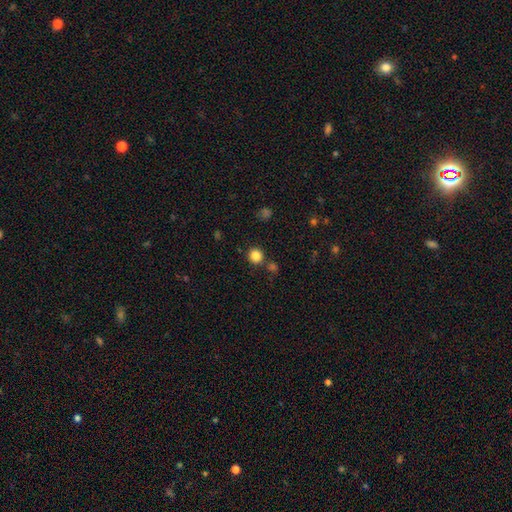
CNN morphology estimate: Smooth or featured? Predicted: smooth (p=0.84). How rounded? Predicted: round (p=0.93). Merging? Predicted: none (p=0.82).